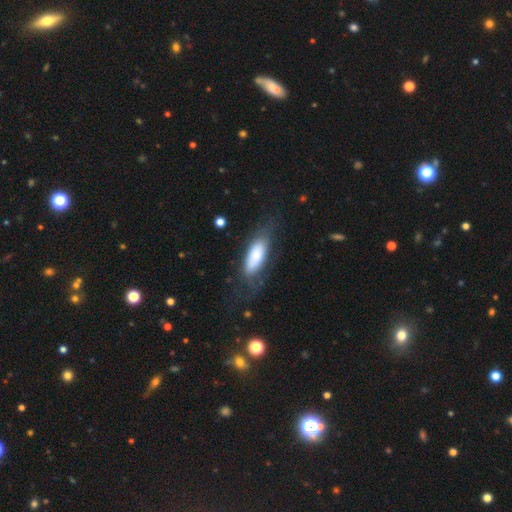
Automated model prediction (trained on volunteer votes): Morphology: type=smooth (75%); roundness=in between (74%); merging=none (60%).